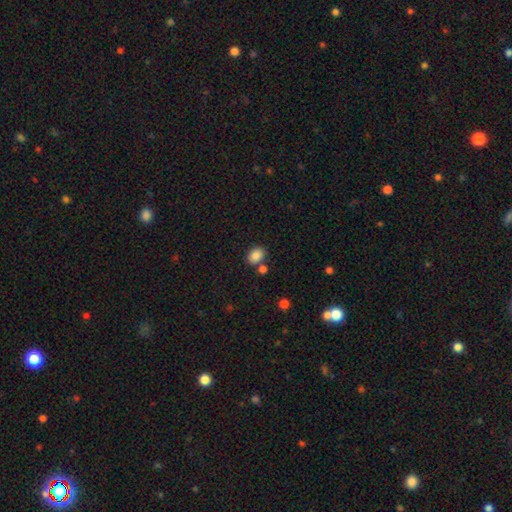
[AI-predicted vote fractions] smooth-or-featured: smooth: 86% | star or artifact: 9% | featured or disk: 5%
  how-rounded: in between: 73% | round: 26% | cigar-shaped: 1%
  merging: none: 73% | merger: 13% | minor disturbance: 11% | major disturbance: 3%